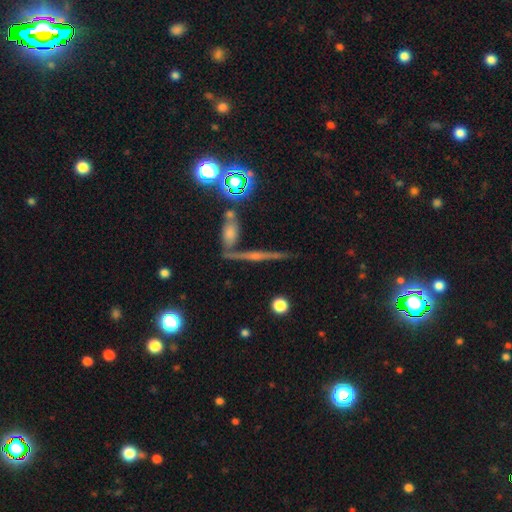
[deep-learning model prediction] smooth_or_featured: featured or disk (p=0.69) [alt: smooth p=0.16]
disk_edge_on: yes (p=0.93) [alt: no p=0.07]
edge_on_bulge: rounded (p=0.69) [alt: none p=0.19]
merging: none (p=0.73) [alt: merger p=0.11]